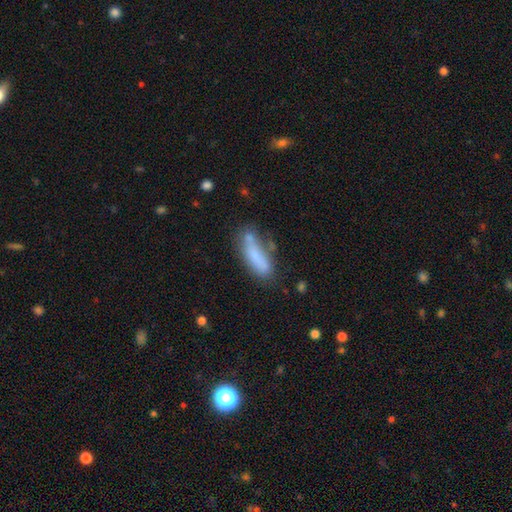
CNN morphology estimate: Overall: smooth (73%). How rounded: cigar-shaped (54%; in between 44%). Merging: none (51%; minor disturbance 24%).